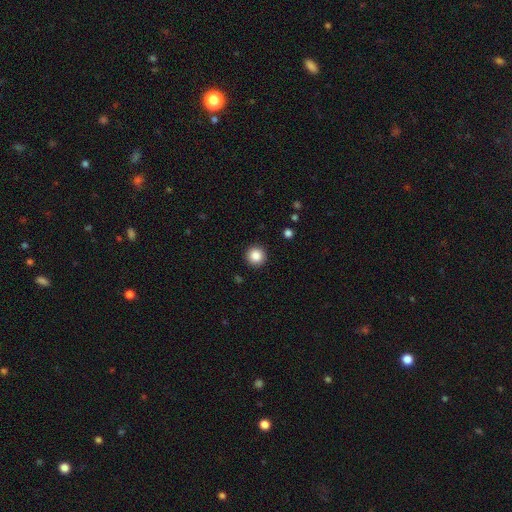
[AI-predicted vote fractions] Smooth or featured: smooth — 86% (star or artifact — 10%)
How rounded: round — 96% (in between — 3%)
Merging: none — 93% (minor disturbance — 5%)